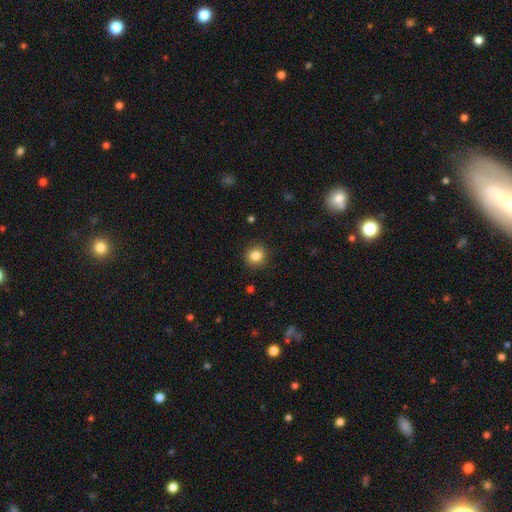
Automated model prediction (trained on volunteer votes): Smooth or featured: smooth — 85% (star or artifact — 10%)
How rounded: round — 89% (in between — 11%)
Merging: none — 90% (minor disturbance — 7%)